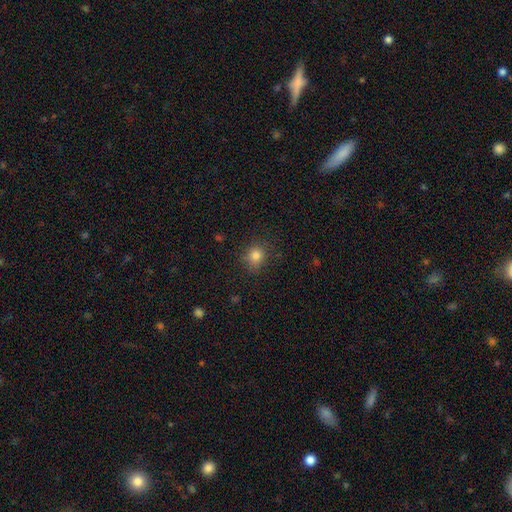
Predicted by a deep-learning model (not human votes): Q: Smooth or featured?
A: smooth (81%); runner-up: star or artifact (14%)
Q: How rounded?
A: round (77%); runner-up: in between (22%)
Q: Merging?
A: none (81%); runner-up: minor disturbance (13%)